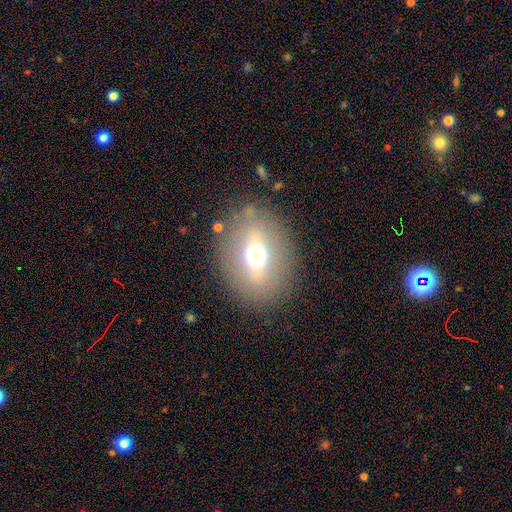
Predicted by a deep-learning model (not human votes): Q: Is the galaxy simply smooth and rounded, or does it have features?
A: smooth — 54%.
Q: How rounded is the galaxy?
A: in between — 51%.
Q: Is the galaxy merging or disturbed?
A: none — 82%.